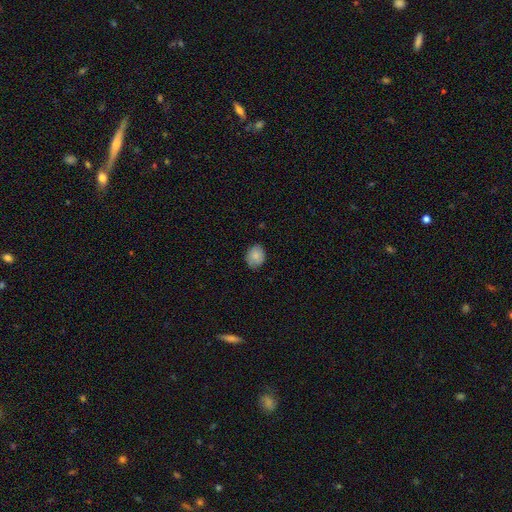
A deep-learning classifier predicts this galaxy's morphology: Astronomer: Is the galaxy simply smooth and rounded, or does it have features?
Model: smooth — 84%.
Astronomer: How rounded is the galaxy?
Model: round — 50% (runner-up: in between, 49%).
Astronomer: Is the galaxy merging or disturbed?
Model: none — 81%.